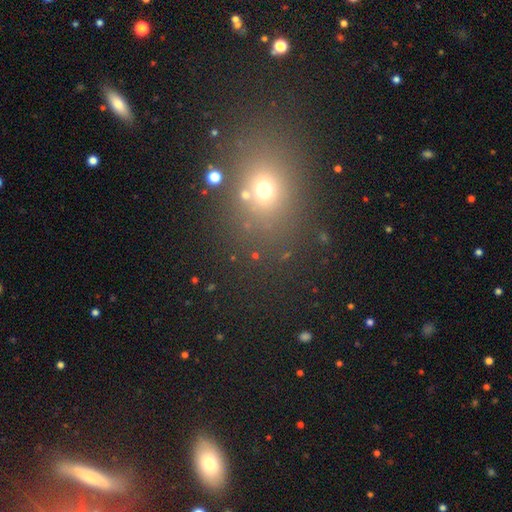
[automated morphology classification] type=smooth (54%); roundness=round (65%); merging=none (77%).